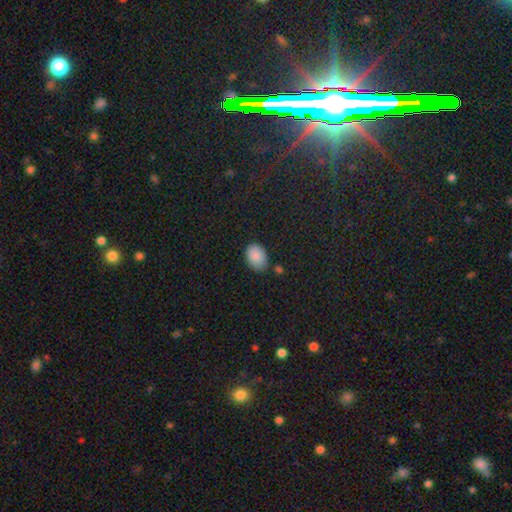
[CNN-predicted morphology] Q: Smooth or featured?
A: smooth (87%); runner-up: star or artifact (9%)
Q: How rounded?
A: in between (82%); runner-up: round (17%)
Q: Merging?
A: none (74%); runner-up: minor disturbance (18%)